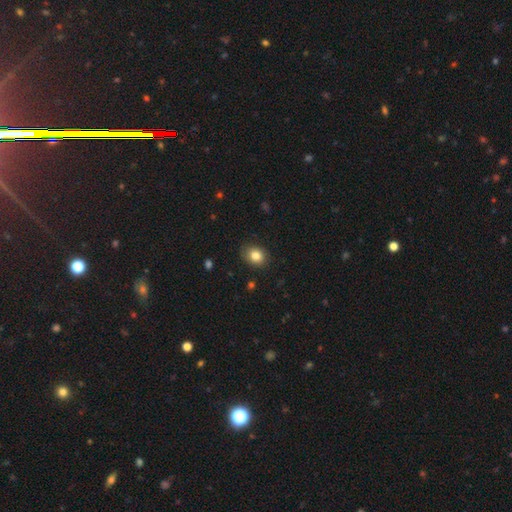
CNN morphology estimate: smooth 83%, star or artifact 10%, featured or disk 8%. Down the decision tree: how rounded — in between (51%); merging — none (82%).